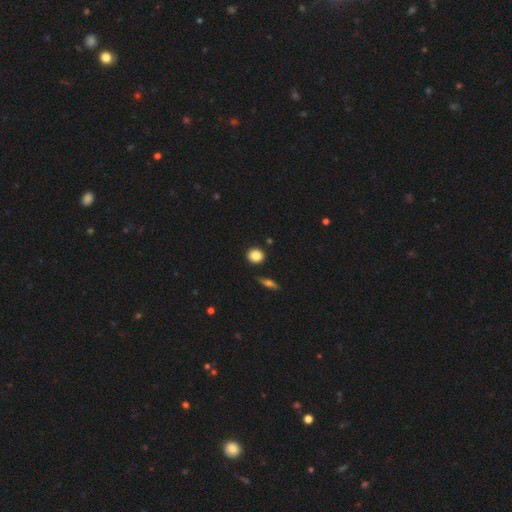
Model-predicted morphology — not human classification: smooth 86%, star or artifact 9%, featured or disk 5%. Down the decision tree: how rounded — round (83%); merging — none (88%).